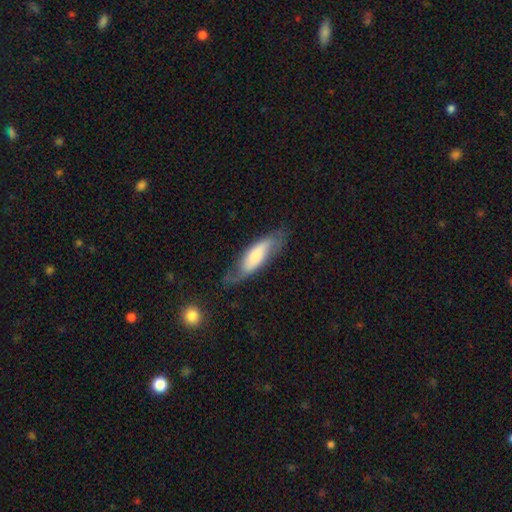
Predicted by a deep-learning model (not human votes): smooth_or_featured: smooth (p=0.54) [alt: featured or disk p=0.39]
how_rounded: in between (p=0.57) [alt: cigar-shaped p=0.41]
merging: none (p=0.56) [alt: minor disturbance p=0.29]